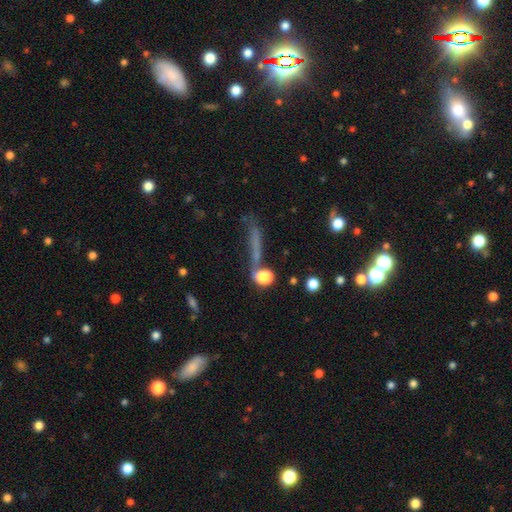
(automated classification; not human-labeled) The model was most divided on "smooth or featured": smooth: 38%, star or artifact: 35%, featured or disk: 27%. More confident: merging — none (57%).